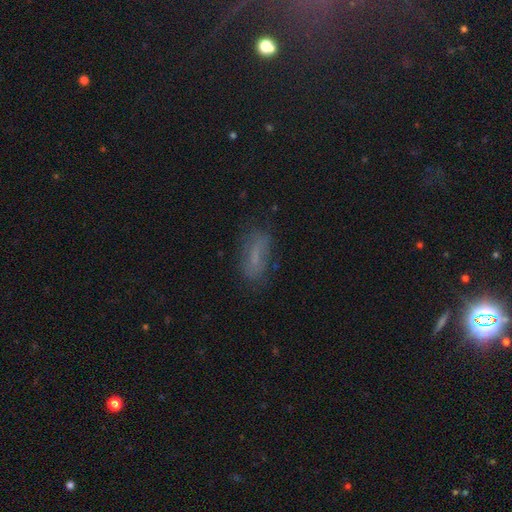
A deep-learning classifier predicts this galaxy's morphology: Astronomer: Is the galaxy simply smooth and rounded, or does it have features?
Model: smooth — 57%.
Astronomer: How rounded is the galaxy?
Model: in between — 65%.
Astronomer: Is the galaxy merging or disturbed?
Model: none — 68%.